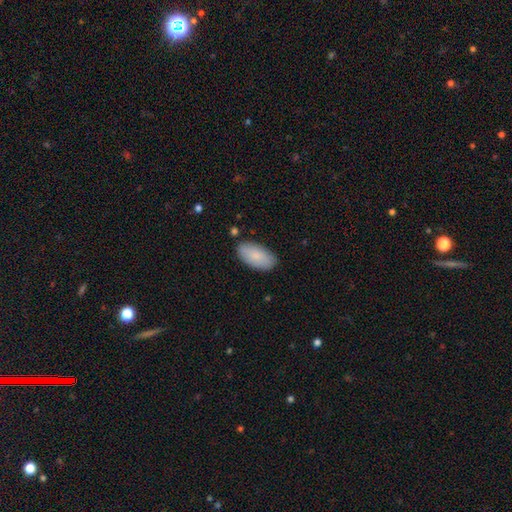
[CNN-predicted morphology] The model was most divided on "merging": none: 85%, minor disturbance: 11%, major disturbance: 2%, merger: 2%. More confident: how rounded — in between (95%); smooth or featured — smooth (86%).